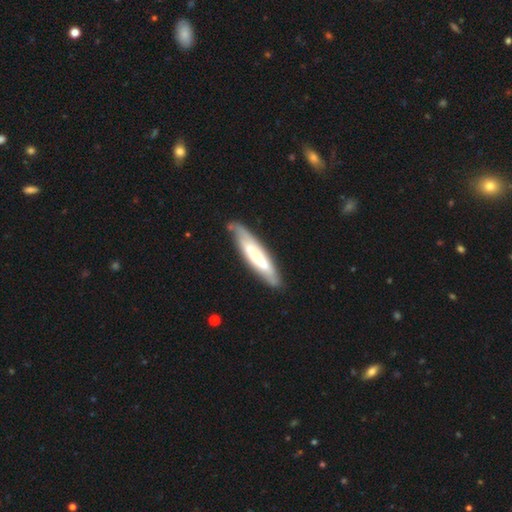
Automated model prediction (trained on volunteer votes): This is possibly a smooth galaxy (50%). How rounded: clearly cigar-shaped (82%). Merging: likely none (79%).